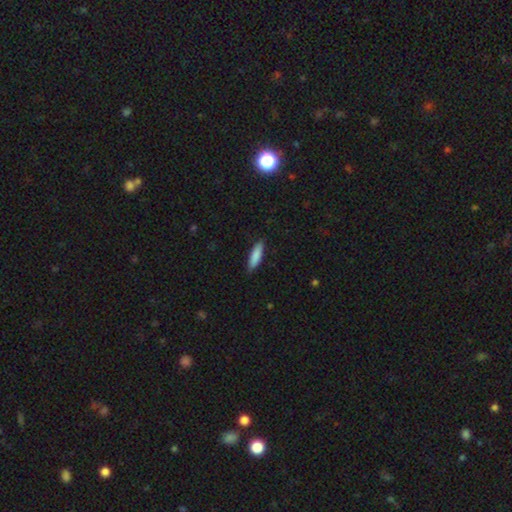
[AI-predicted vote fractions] Overall: smooth (86%). How rounded: cigar-shaped (68%; in between 30%). Merging: none (86%).